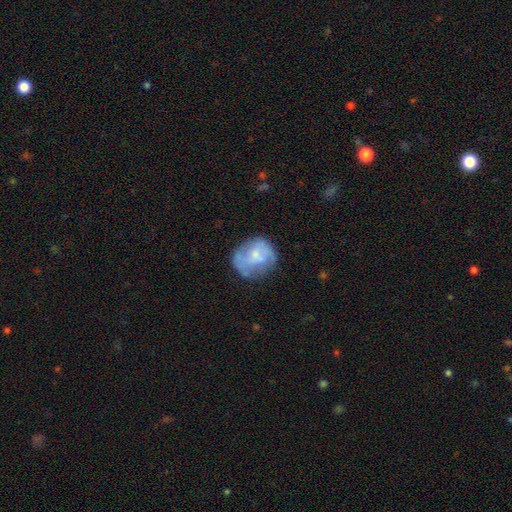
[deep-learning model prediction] This appears to be a smooth galaxy with no disk features (50%) that is round (67%). Merging: none (53%).